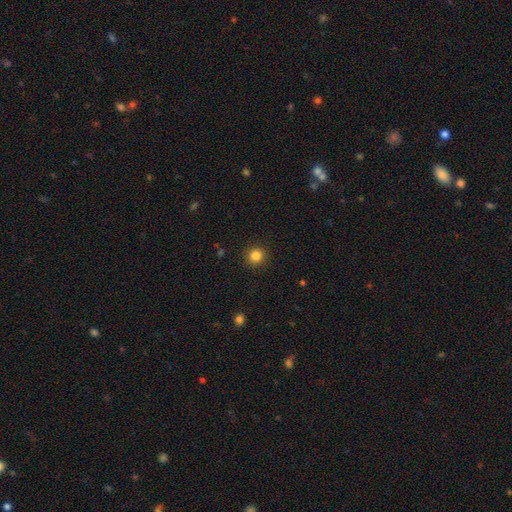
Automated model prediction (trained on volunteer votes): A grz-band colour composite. It shows a smooth galaxy with no disk features (84%) that is round (94%). Merging: none (92%).